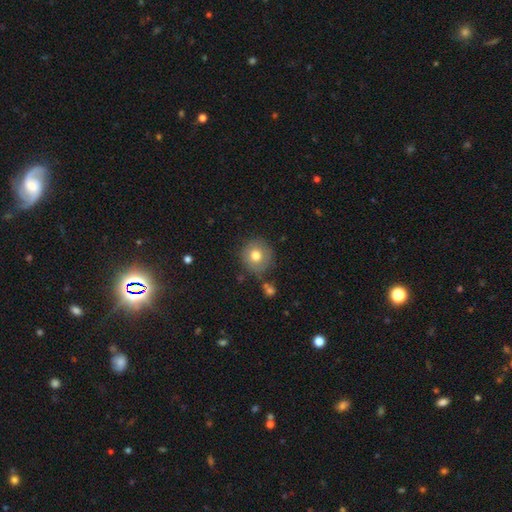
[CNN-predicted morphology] The model was most divided on "smooth or featured": smooth: 75%, featured or disk: 15%, star or artifact: 9%. More confident: how rounded — round (91%); merging — none (79%).